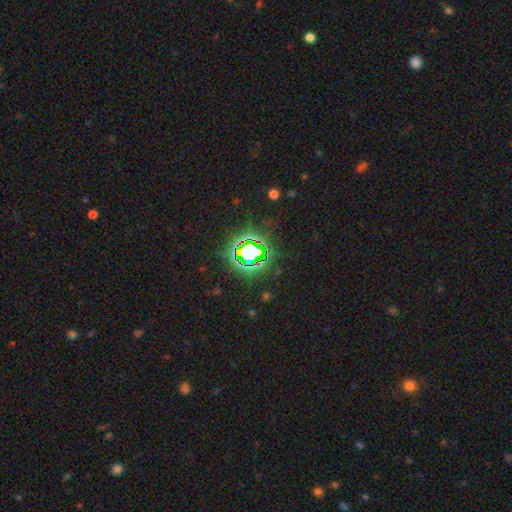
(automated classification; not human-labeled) This is clearly a star or artifact rather than a galaxy (80%).